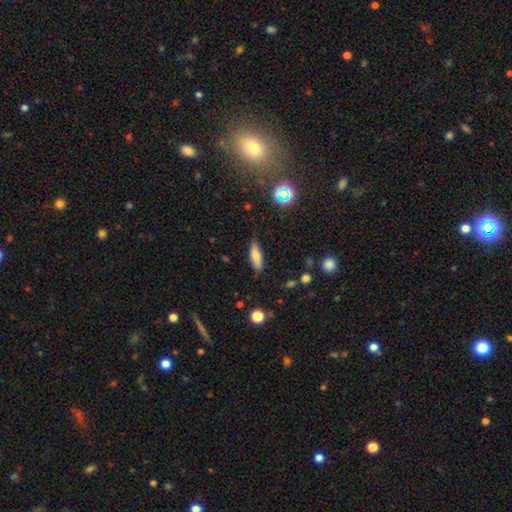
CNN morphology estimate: The model was most divided on "how rounded": in between: 52%, cigar-shaped: 45%, round: 3%. More confident: merging — none (81%); smooth or featured — smooth (72%).